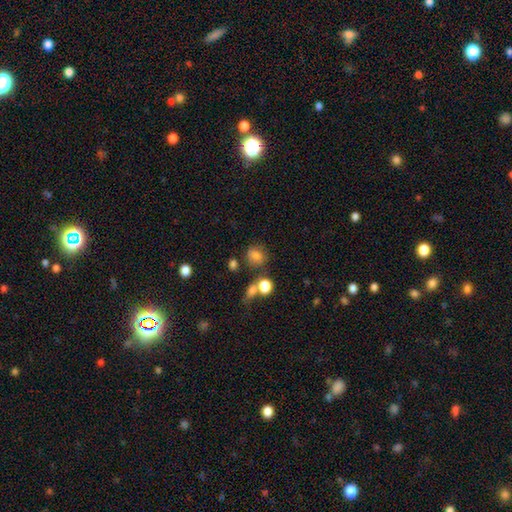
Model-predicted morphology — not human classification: Smooth or featured? Predicted: smooth (p=0.77). How rounded? Predicted: round (p=0.70). Merging? Predicted: none (p=0.68).